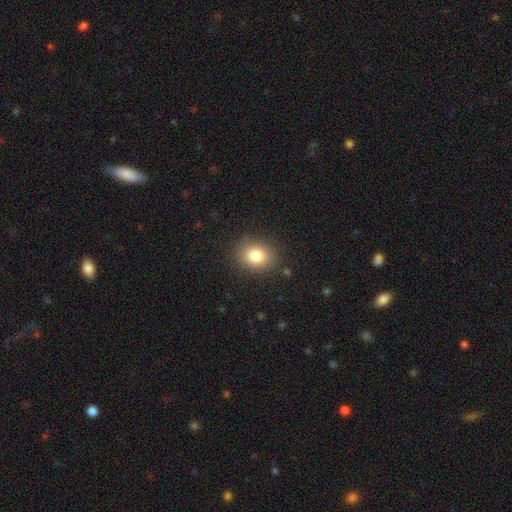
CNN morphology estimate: The model was most divided on "how rounded": round: 52%, in between: 47%, cigar-shaped: 1%. More confident: merging — none (87%); smooth or featured — smooth (81%).